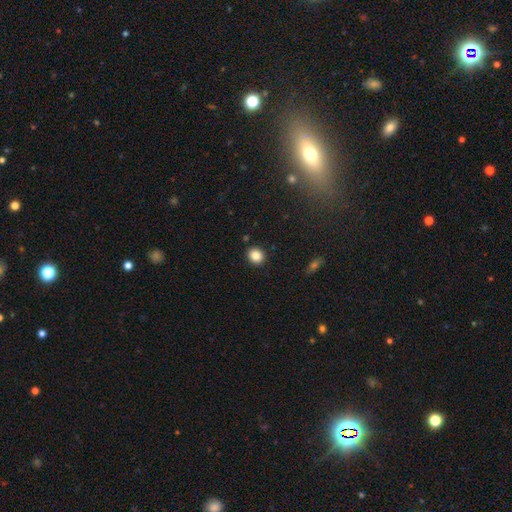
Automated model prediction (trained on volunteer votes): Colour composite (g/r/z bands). It shows a smooth galaxy with no disk features (84%) that is round (72%). Merging: none (90%).